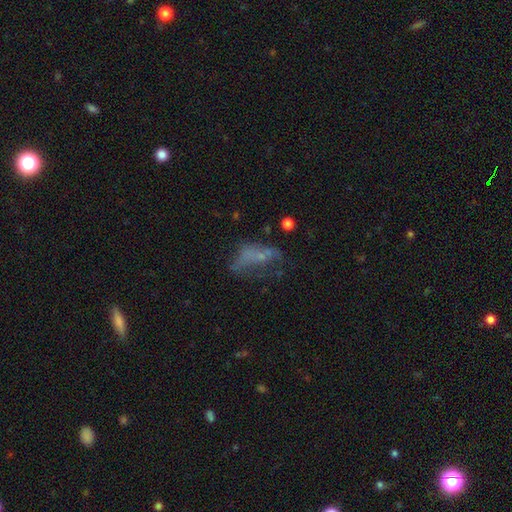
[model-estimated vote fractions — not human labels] Overall: featured or disk (40%; smooth 38%). Merging: major disturbance (38%; none 34%).